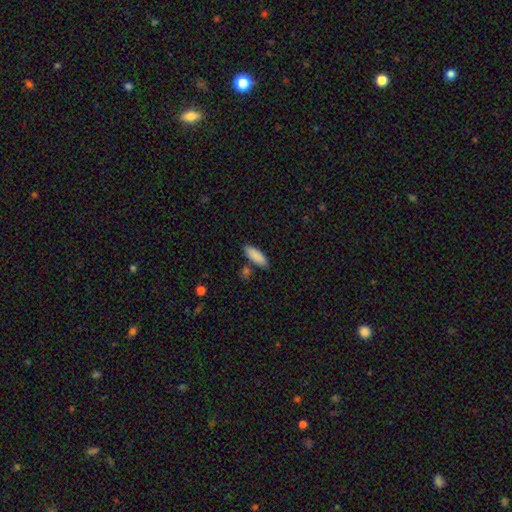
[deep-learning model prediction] A smooth galaxy with no disk features (88%) that is in between round and cigar-shaped (62%). Merging: none (81%).